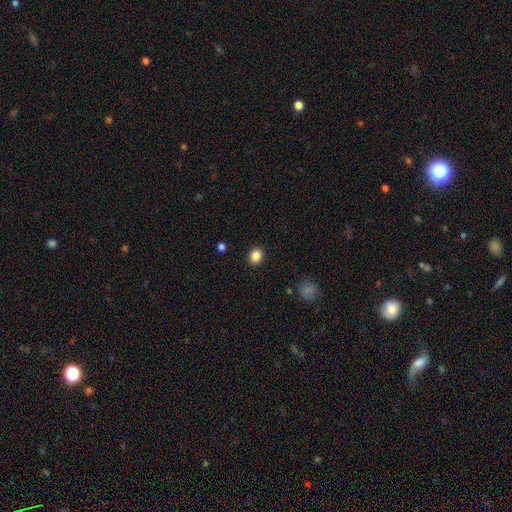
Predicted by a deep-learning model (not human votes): Smooth or featured: smooth — 86% (star or artifact — 11%)
How rounded: round — 68% (in between — 31%)
Merging: none — 91% (minor disturbance — 6%)